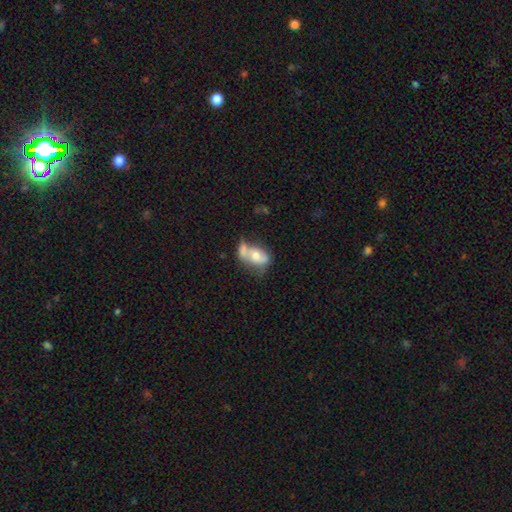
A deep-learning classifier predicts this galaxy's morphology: Smooth or featured?
  - smooth: 58% *
  - featured or disk: 34%
  - star or artifact: 8%
How rounded?
  - in between: 81% *
  - round: 16%
  - cigar-shaped: 3%
Merging?
  - merger: 48% *
  - none: 24%
  - minor disturbance: 16%
  - major disturbance: 12%